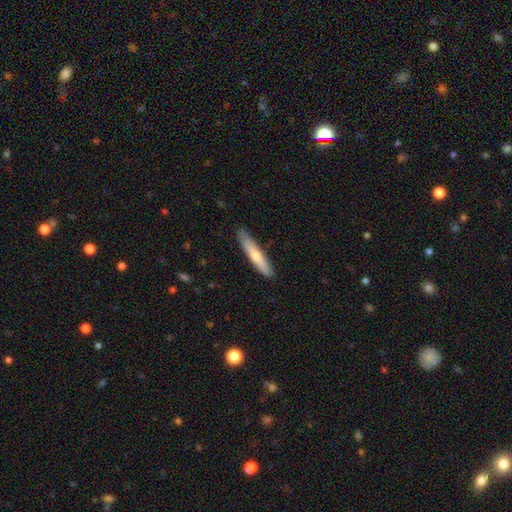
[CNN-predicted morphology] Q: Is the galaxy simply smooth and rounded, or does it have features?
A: smooth — 62%.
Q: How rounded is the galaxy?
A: cigar-shaped — 91%.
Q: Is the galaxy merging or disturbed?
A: none — 88%.